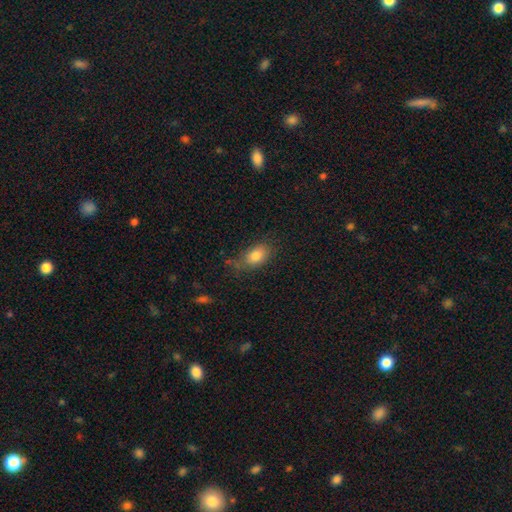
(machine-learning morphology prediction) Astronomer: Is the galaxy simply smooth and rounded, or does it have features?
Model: smooth — 82%.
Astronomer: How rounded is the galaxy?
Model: in between — 85%.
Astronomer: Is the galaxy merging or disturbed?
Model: none — 65%.